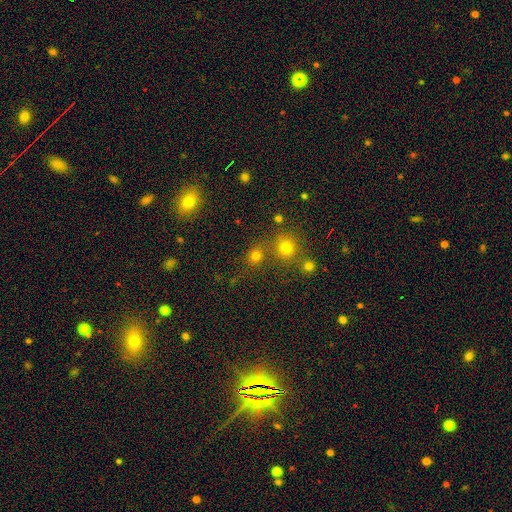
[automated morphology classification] Q: Smooth or featured?
A: smooth (74%); runner-up: star or artifact (20%)
Q: How rounded?
A: round (85%); runner-up: in between (14%)
Q: Merging?
A: none (67%); runner-up: merger (21%)